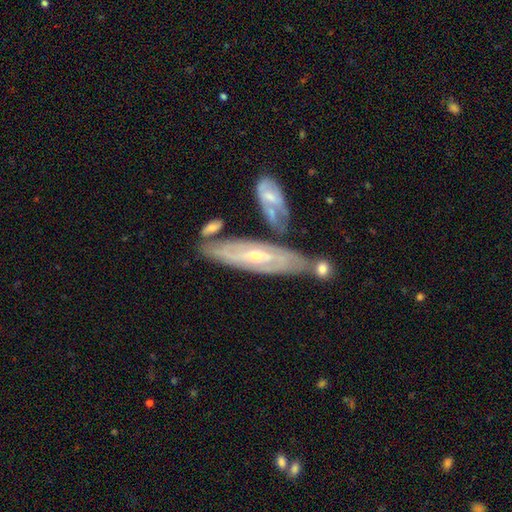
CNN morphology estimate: A featured or disk galaxy (79%) with no bar (49%), spiral arms (84%) and a small central bulge (58%). Merging: none (61%).